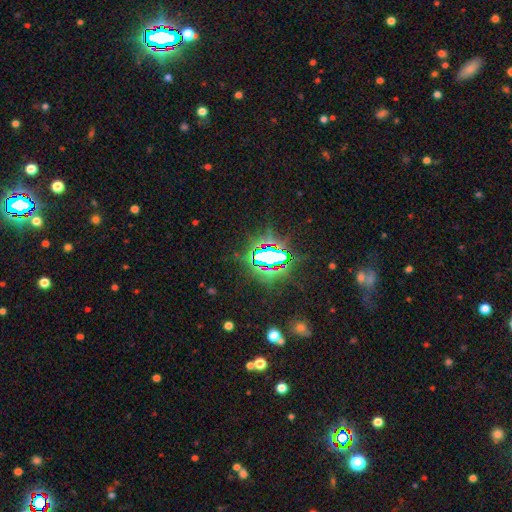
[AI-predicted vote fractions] A star or artifact, not a galaxy (82%).

Vote fractions:
- Smooth or featured? star or artifact: 82% / smooth: 11% / featured or disk: 8%